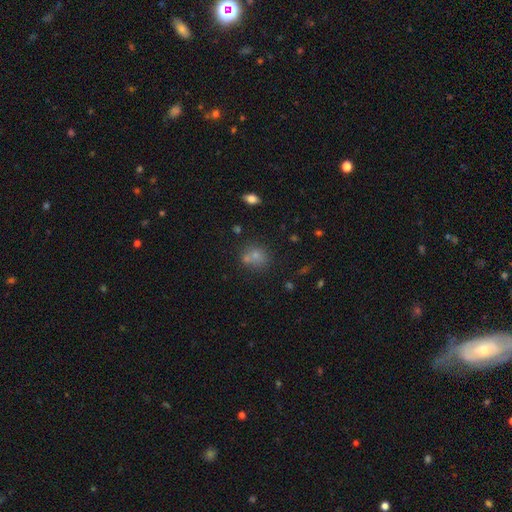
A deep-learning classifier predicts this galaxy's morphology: type=smooth (63%); roundness=round (75%); merging=none (59%).